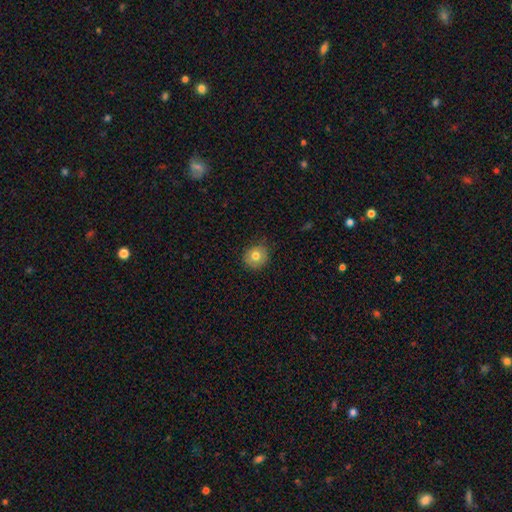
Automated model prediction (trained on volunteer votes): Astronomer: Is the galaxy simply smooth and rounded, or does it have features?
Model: smooth — 76%.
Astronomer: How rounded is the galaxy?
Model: round — 85%.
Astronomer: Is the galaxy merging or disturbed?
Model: none — 82%.